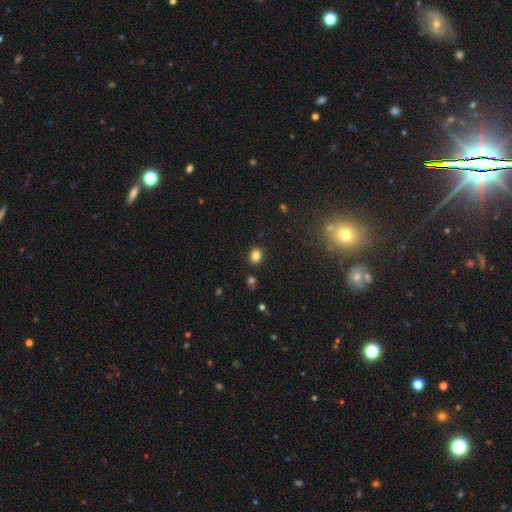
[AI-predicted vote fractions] Q: Smooth or featured?
A: smooth (82%); runner-up: star or artifact (12%)
Q: How rounded?
A: in between (50%); runner-up: round (49%)
Q: Merging?
A: none (88%); runner-up: minor disturbance (8%)